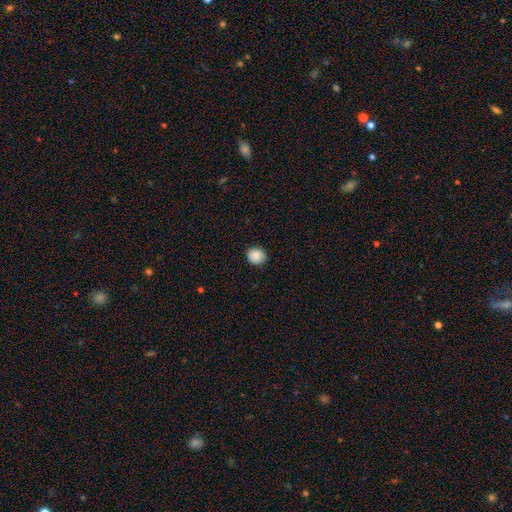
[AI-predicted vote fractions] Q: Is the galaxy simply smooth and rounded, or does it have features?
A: smooth — 83%.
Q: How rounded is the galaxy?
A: round — 79%.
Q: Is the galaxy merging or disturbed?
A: none — 86%.